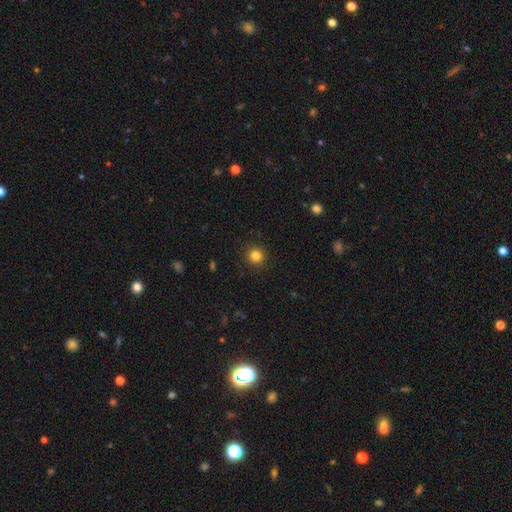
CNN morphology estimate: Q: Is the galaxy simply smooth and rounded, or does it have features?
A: smooth — 83%.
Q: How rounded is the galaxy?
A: round — 94%.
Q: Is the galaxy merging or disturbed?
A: none — 92%.